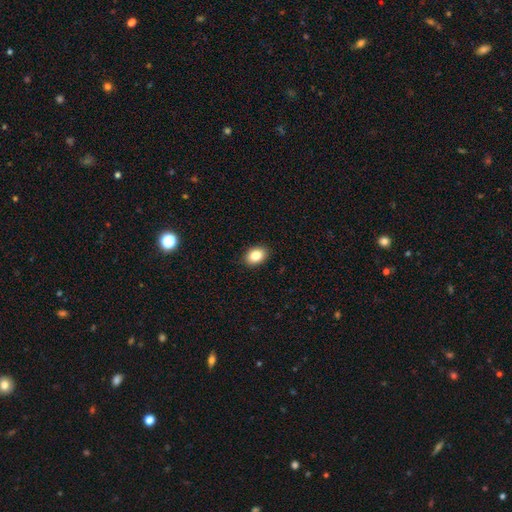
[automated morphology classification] type=smooth (84%); roundness=in between (75%); merging=none (90%).